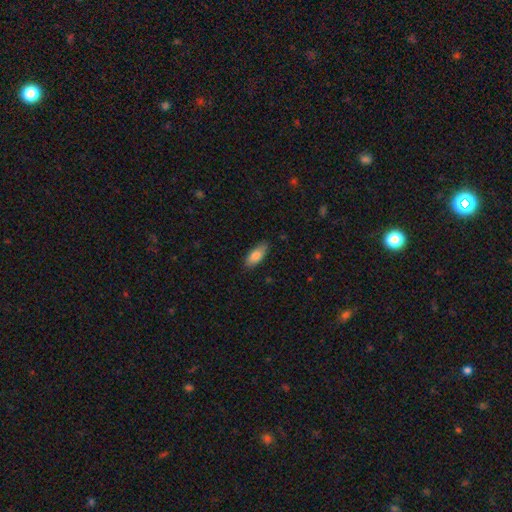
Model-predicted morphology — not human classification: A smooth galaxy with no disk features (83%) that is in between round and cigar-shaped (82%). Merging: none (83%).